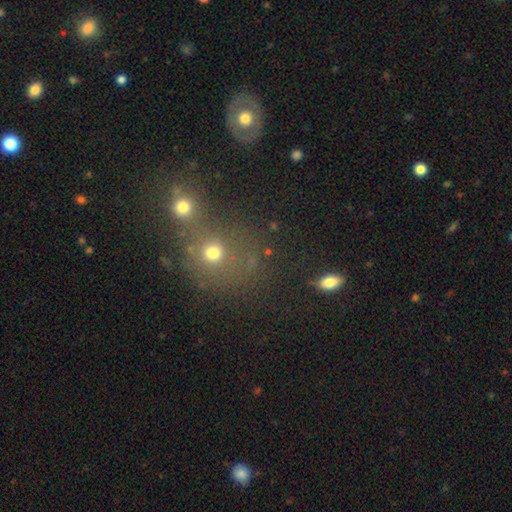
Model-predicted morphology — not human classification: type=smooth (48%); merging=none (46%).